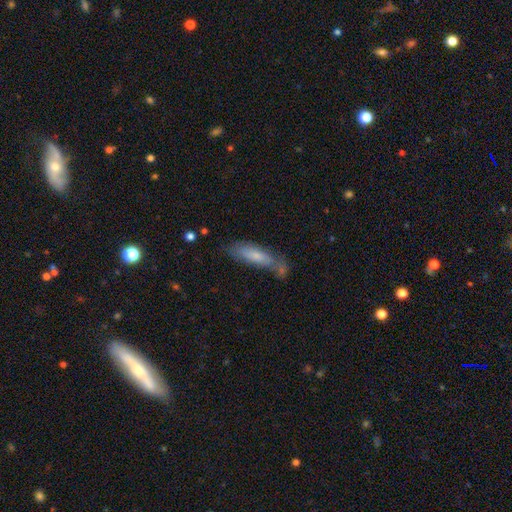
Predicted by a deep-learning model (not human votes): smooth 67%, featured or disk 26%, star or artifact 7%. Down the decision tree: how rounded — cigar-shaped (56%); merging — none (49%).